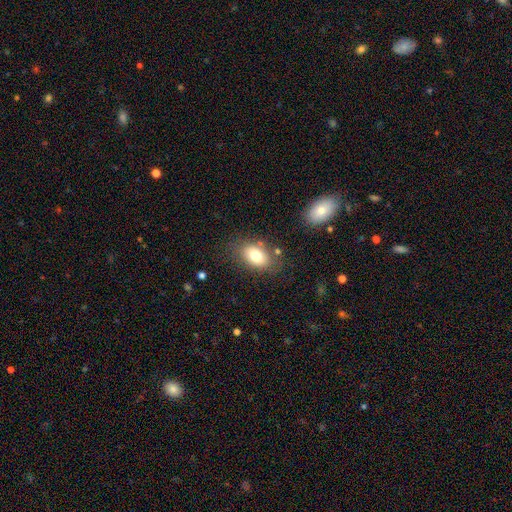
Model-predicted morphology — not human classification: Smooth or featured? Predicted: smooth (p=0.76). How rounded? Predicted: in between (p=0.85). Merging? Predicted: none (p=0.74).